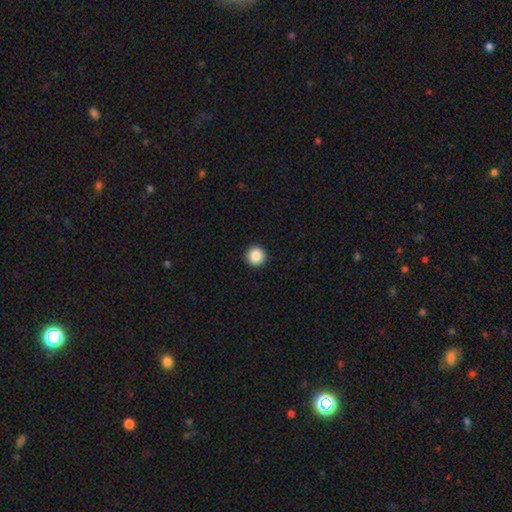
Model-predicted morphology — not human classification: smooth 87%, star or artifact 9%, featured or disk 4%. Down the decision tree: how rounded — round (96%); merging — none (94%).